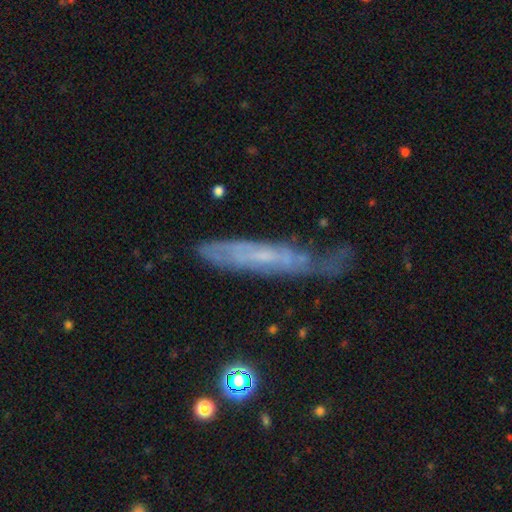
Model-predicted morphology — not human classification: Smooth or featured?
  - featured or disk: 65% *
  - smooth: 27%
  - star or artifact: 8%
Edge-on disk?
  - no: 51% *
  - yes: 49%
Merging?
  - none: 51% *
  - minor disturbance: 30%
  - major disturbance: 15%
  - merger: 4%